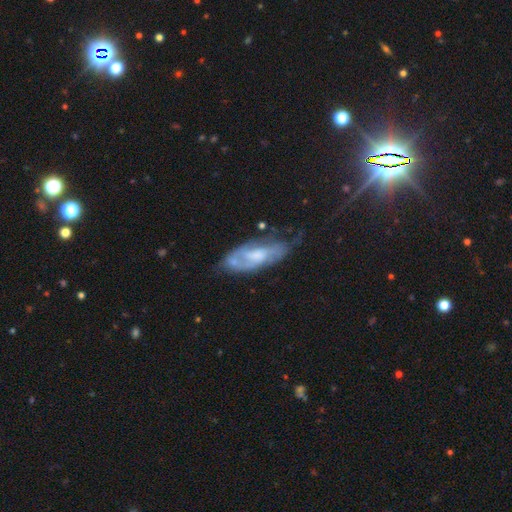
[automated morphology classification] Overall: featured or disk (65%; smooth 27%). Edge-on disk: no (86%). Bar: no (55%; weak 36%). Spiral arms: yes (71%). Bulge size: moderate (45%; small 24%). Merging: none (45%; minor disturbance 30%).